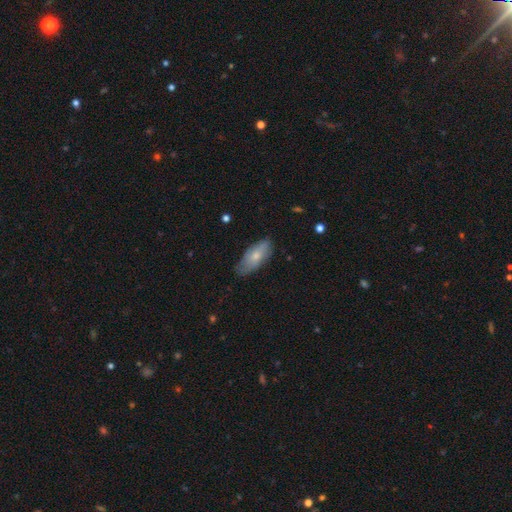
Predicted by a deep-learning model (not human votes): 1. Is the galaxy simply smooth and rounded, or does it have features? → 67% smooth, 27% featured or disk, 6% star or artifact.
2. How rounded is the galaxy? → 82% in between, 16% cigar-shaped, 2% round.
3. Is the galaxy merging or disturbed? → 69% none, 25% minor disturbance, 4% major disturbance, 1% merger.